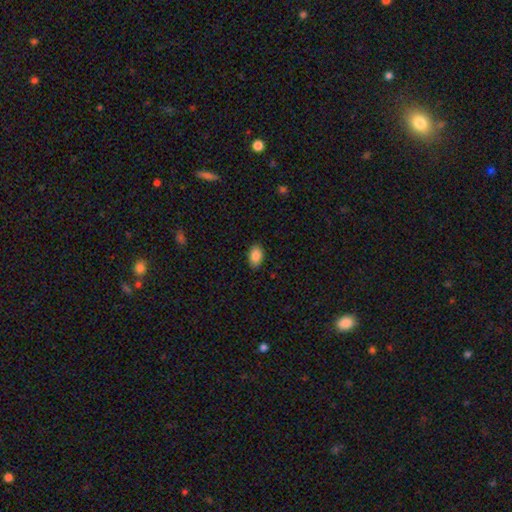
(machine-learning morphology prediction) type=smooth (88%); roundness=in between (90%); merging=none (87%).